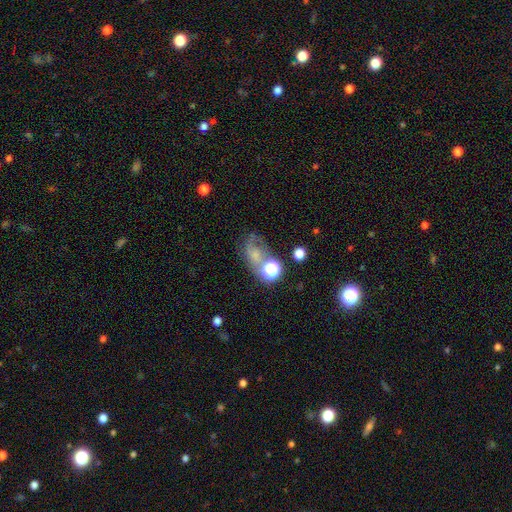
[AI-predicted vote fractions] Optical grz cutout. It shows a smooth galaxy with no disk features (41%). Merging: none (40%).